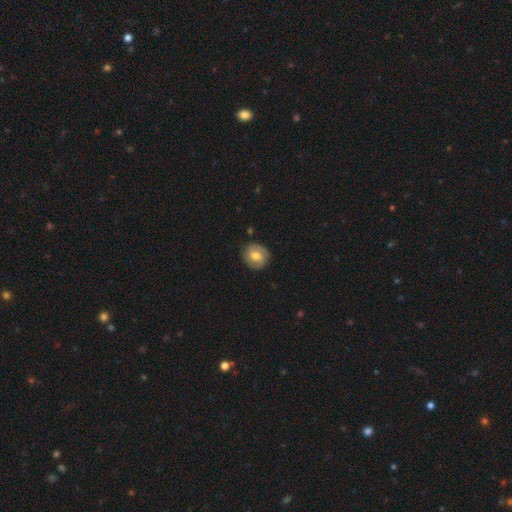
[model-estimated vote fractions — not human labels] The model was most divided on "bar": no: 46%, weak: 43%, strong: 11%. More confident: edge-on disk — no (97%); spiral arms — yes (86%); merging — none (81%); bulge size — moderate (72%); smooth or featured — featured or disk (59%).